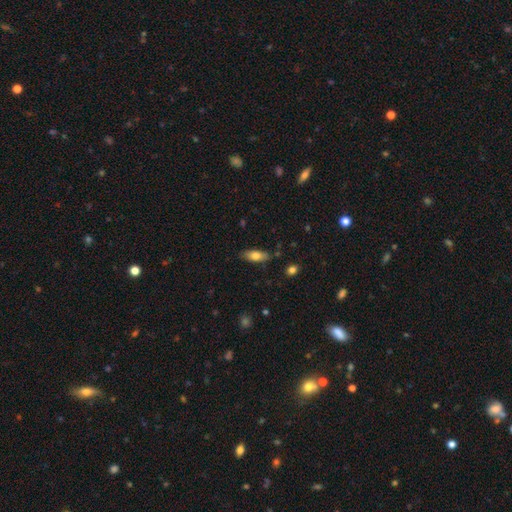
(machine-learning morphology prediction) This appears to be a smooth galaxy with no disk features (75%) that is in between round and cigar-shaped (75%). Merging: none (80%).